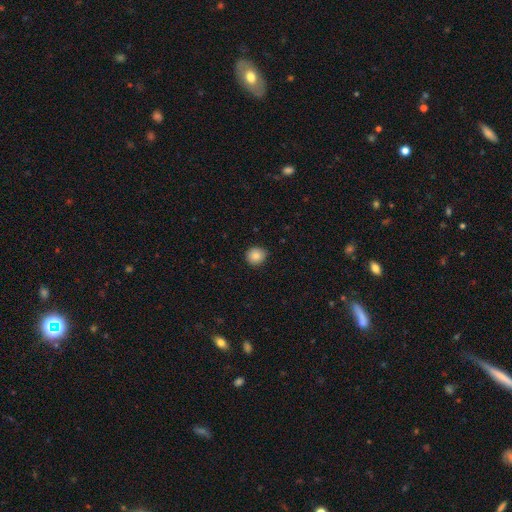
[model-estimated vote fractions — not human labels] smooth_or_featured: smooth (p=0.85) [alt: star or artifact p=0.09]
how_rounded: round (p=0.89) [alt: in between p=0.11]
merging: none (p=0.89) [alt: minor disturbance p=0.08]